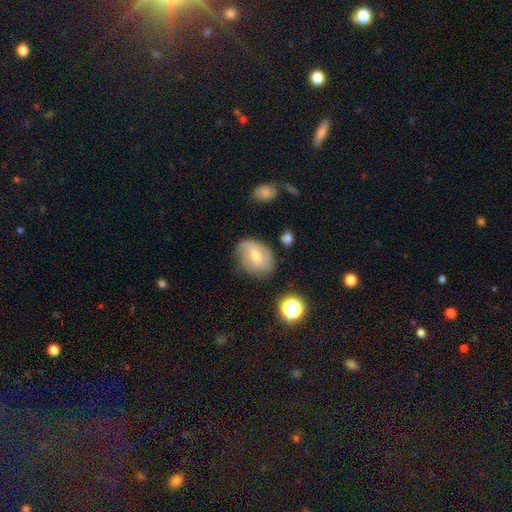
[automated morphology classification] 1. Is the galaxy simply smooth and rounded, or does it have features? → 48% featured or disk, 42% smooth, 9% star or artifact.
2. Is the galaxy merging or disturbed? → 64% none, 25% minor disturbance, 8% major disturbance, 2% merger.